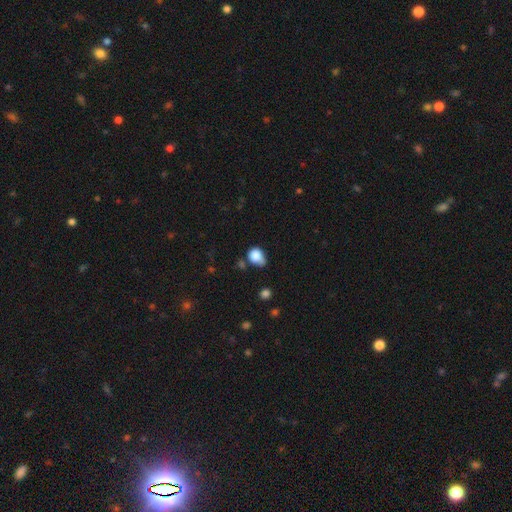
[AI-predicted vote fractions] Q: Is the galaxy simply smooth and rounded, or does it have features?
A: smooth — 82%.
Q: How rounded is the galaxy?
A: round — 56%.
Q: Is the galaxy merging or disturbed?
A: none — 38%.